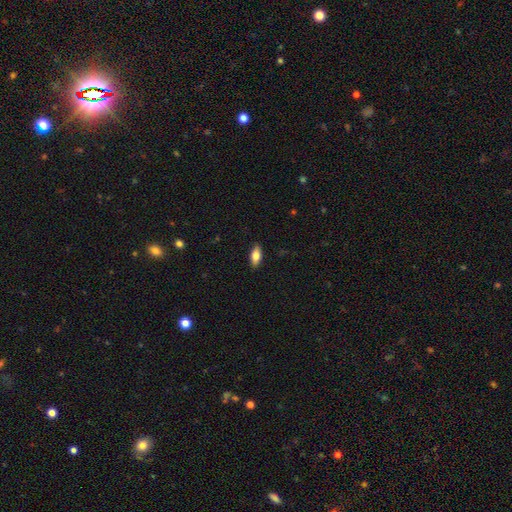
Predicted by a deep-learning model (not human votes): This is likely a smooth galaxy (77%). How rounded: clearly in between (82%). Merging: clearly none (88%).